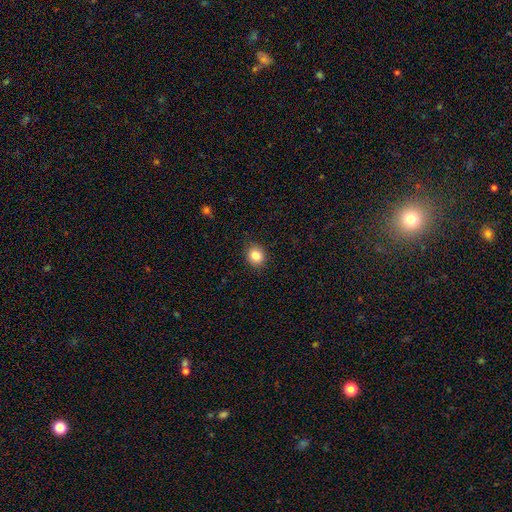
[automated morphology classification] smooth 84%, star or artifact 10%, featured or disk 6%. Down the decision tree: how rounded — round (74%); merging — none (88%).